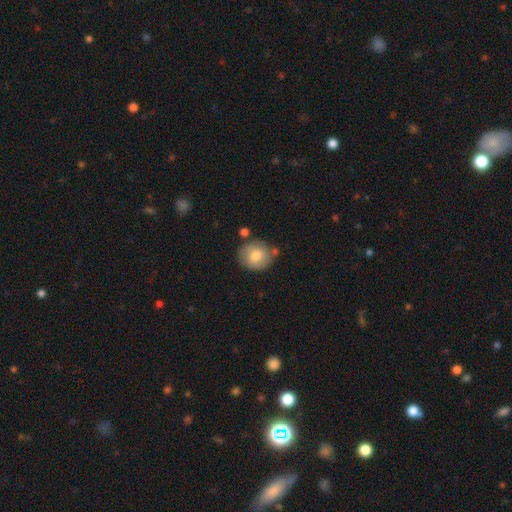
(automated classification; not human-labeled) A smooth galaxy with no disk features (72%) that is round (73%).

Vote fractions:
- Smooth or featured? smooth: 72% / featured or disk: 21% / star or artifact: 7%
- How rounded? round: 73% / in between: 26% / cigar-shaped: 1%
- Merging? none: 69% / minor disturbance: 18% / merger: 9% / major disturbance: 4%